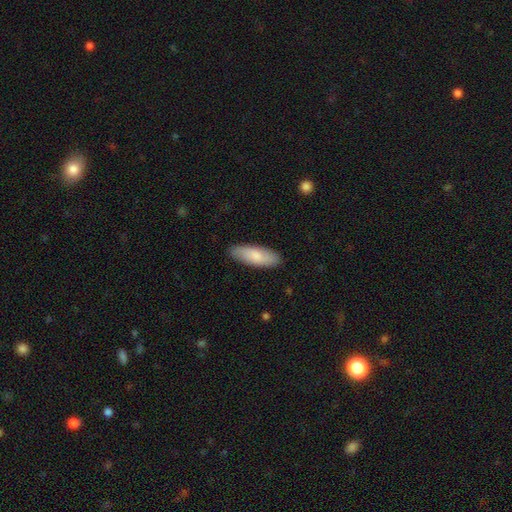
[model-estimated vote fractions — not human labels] smooth-or-featured: smooth: 79% | featured or disk: 16% | star or artifact: 5%
  how-rounded: in between: 65% | cigar-shaped: 34% | round: 2%
  merging: none: 88% | minor disturbance: 9% | major disturbance: 2% | merger: 1%